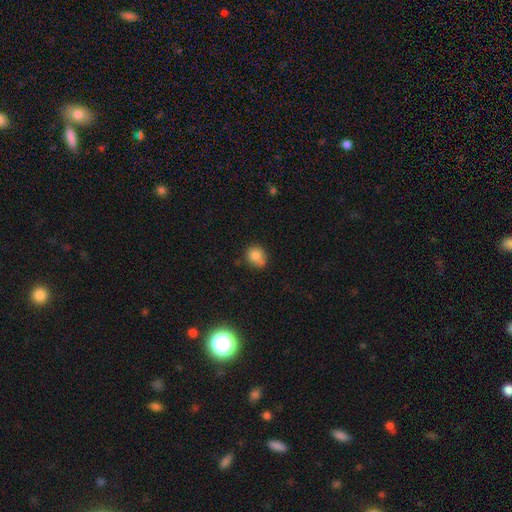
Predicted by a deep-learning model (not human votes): A smooth galaxy with no disk features (82%) that is round (70%). Merging: none (61%).